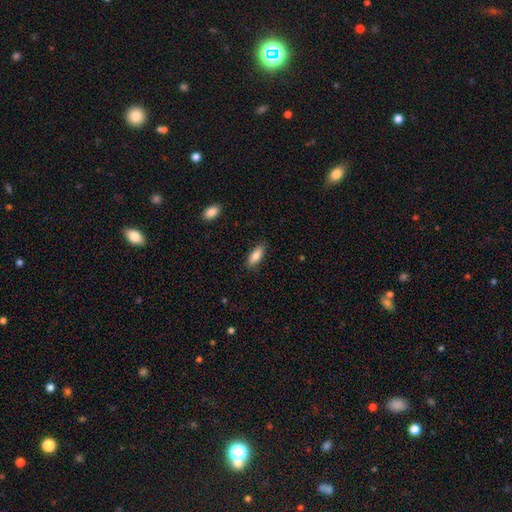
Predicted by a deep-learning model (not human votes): smooth 86%, featured or disk 8%, star or artifact 6%. Down the decision tree: how rounded — in between (75%); merging — none (86%).